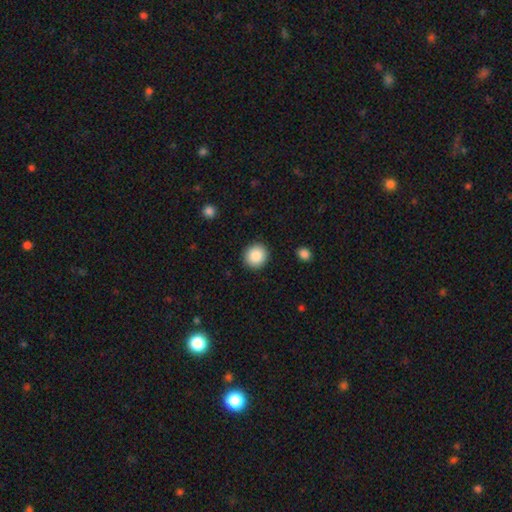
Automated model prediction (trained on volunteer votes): This is clearly a smooth galaxy (88%). How rounded: clearly round (92%). Merging: clearly none (92%).